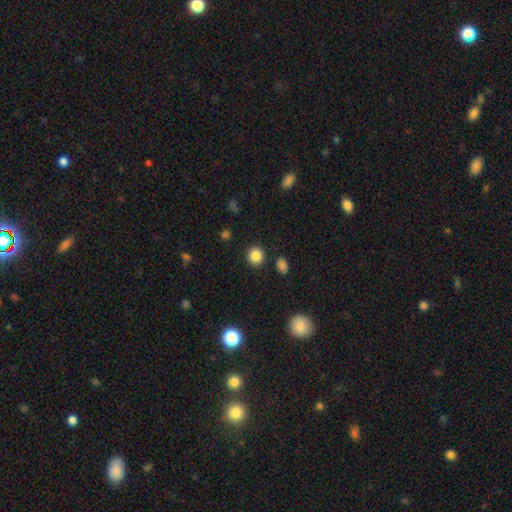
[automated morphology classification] Overall: smooth (86%). How rounded: round (86%). Merging: none (89%).